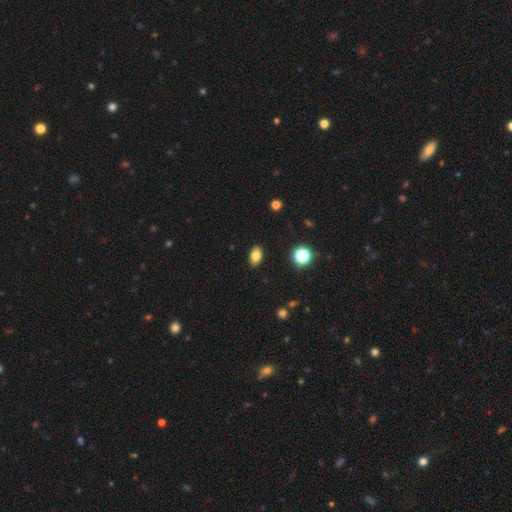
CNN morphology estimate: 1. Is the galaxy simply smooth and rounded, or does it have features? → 78% smooth, 11% featured or disk, 11% star or artifact.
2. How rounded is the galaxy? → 88% in between, 10% round, 2% cigar-shaped.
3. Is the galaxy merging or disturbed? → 89% none, 8% minor disturbance, 2% major disturbance, 1% merger.